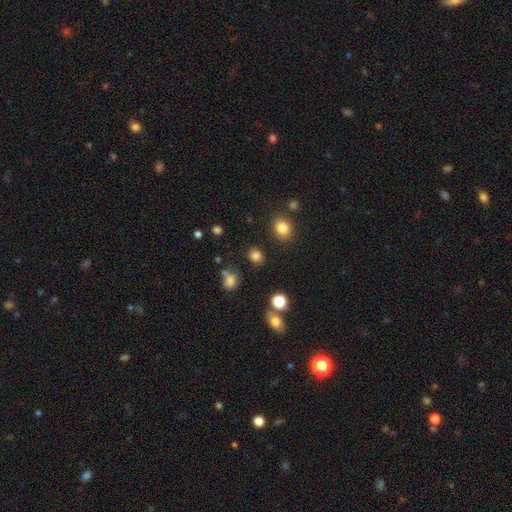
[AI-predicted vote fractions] Smooth or featured? smooth (81%)
How rounded? round (60%)
Merging? none (82%)